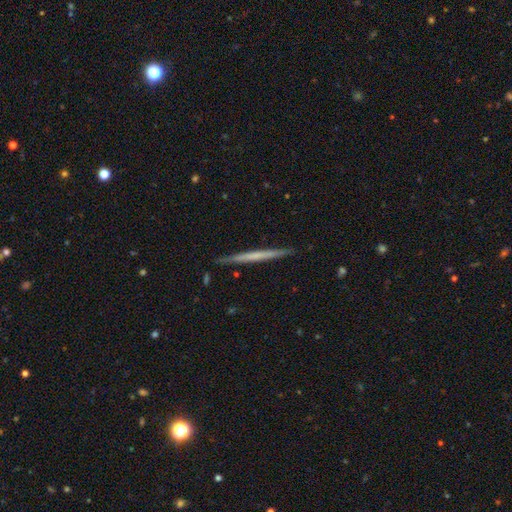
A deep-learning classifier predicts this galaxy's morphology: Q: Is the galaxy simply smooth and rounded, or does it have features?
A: featured or disk — 53%.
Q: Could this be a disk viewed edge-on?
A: yes — 97%.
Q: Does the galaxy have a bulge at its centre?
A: none — 87%.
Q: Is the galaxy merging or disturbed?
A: none — 90%.